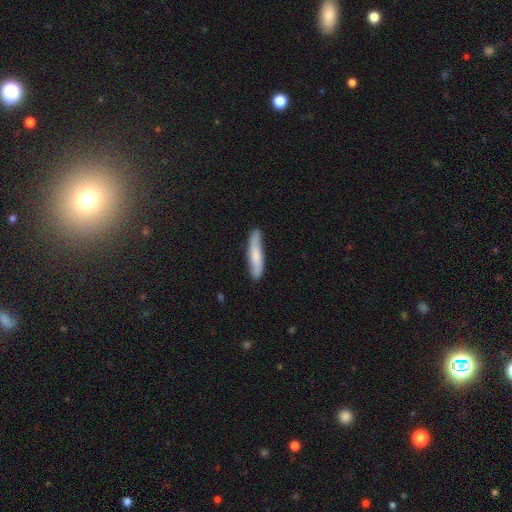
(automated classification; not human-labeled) smooth 71%, featured or disk 24%, star or artifact 5%. Down the decision tree: how rounded — cigar-shaped (85%); merging — none (80%).